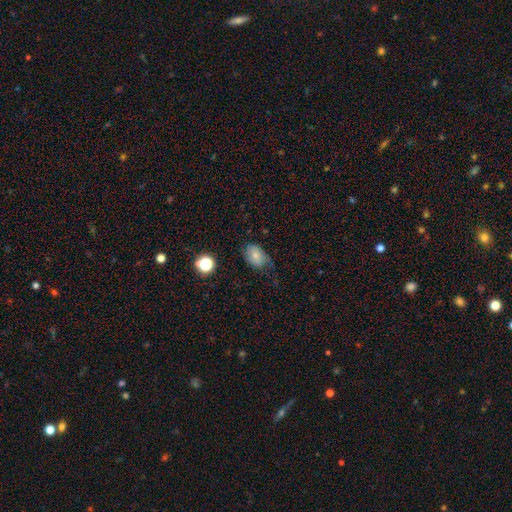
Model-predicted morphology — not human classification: A smooth galaxy with no disk features (72%) that is in between round and cigar-shaped (82%).

Vote fractions:
- Smooth or featured? smooth: 72% / featured or disk: 17% / star or artifact: 11%
- How rounded? in between: 82% / round: 17% / cigar-shaped: 1%
- Merging? none: 57% / minor disturbance: 29% / major disturbance: 12% / merger: 2%